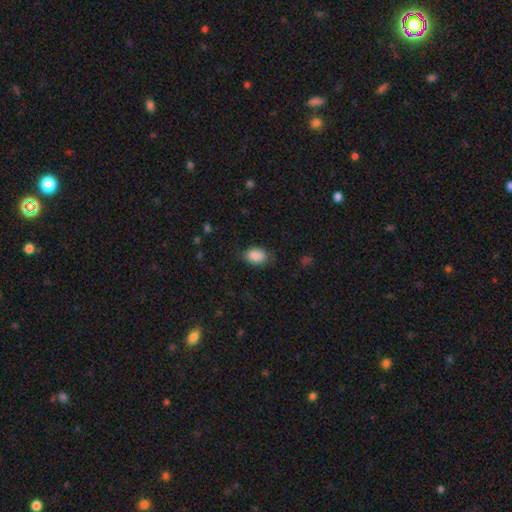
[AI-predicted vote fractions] smooth-or-featured: smooth: 88% | star or artifact: 7% | featured or disk: 4%
  how-rounded: in between: 81% | round: 18% | cigar-shaped: 1%
  merging: none: 75% | minor disturbance: 19% | major disturbance: 5% | merger: 1%